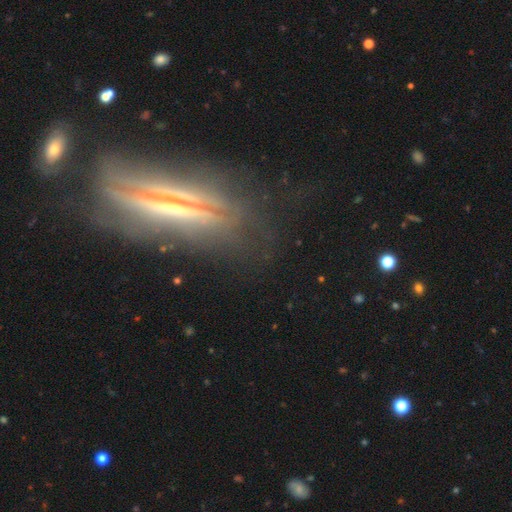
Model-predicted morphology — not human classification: Overall: featured or disk (73%). Edge-on disk: yes (77%). Edge-on bulge: none (42%; rounded 41%). Merging: none (67%).